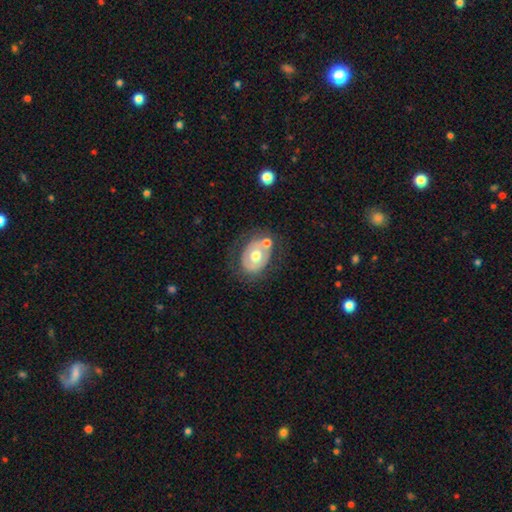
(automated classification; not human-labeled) Smooth or featured? featured or disk (47%)
Merging? none (53%)